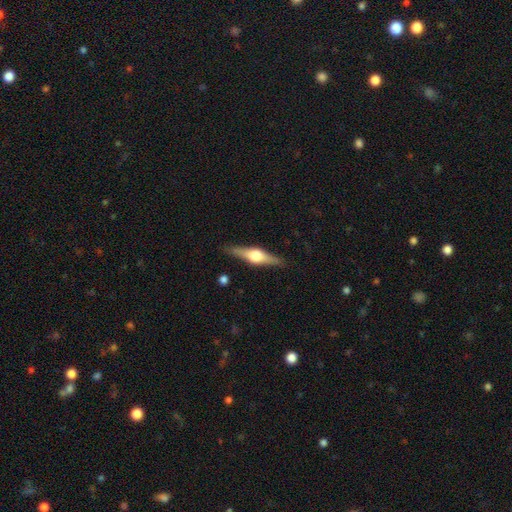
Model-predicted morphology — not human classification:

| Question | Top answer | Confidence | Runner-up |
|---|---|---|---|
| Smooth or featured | featured or disk | 73% | smooth (21%) |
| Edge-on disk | yes | 97% | no (3%) |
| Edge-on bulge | rounded | 94% | boxy (5%) |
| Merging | none | 88% | minor disturbance (9%) |